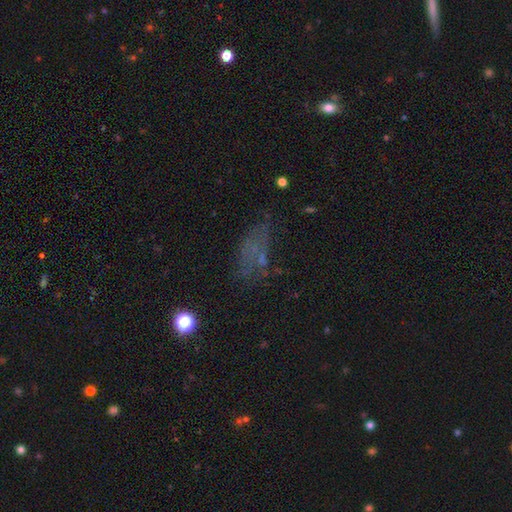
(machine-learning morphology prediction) Overall: smooth (40%; star or artifact 32%). Merging: none (49%; major disturbance 24%).